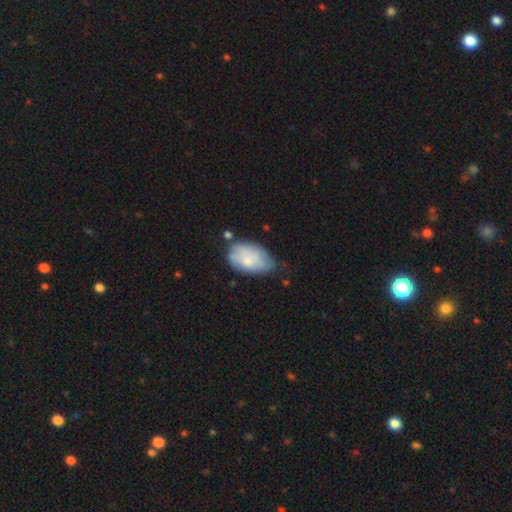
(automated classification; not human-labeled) Smooth or featured? smooth (68%)
How rounded? in between (91%)
Merging? none (45%)